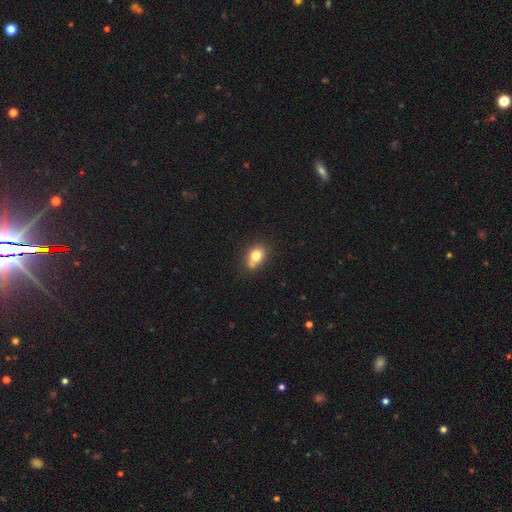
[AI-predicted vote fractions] smooth-or-featured: smooth: 77% | featured or disk: 13% | star or artifact: 10%
  how-rounded: in between: 62% | round: 37% | cigar-shaped: 1%
  merging: none: 56% | merger: 21% | minor disturbance: 18% | major disturbance: 5%